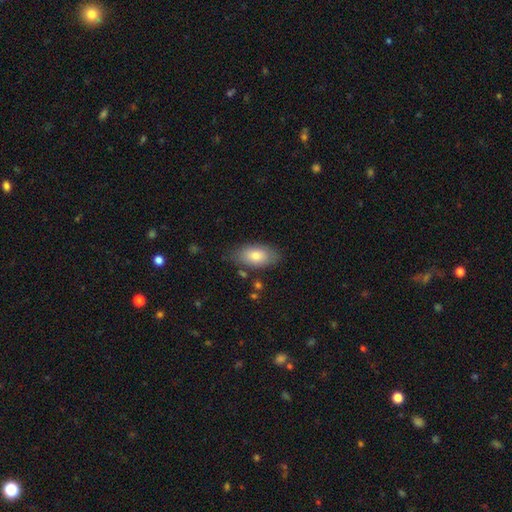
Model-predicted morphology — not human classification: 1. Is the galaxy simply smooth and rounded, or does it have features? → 77% smooth, 16% featured or disk, 7% star or artifact.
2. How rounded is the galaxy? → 91% in between, 5% round, 4% cigar-shaped.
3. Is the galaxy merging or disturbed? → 77% none, 16% minor disturbance, 4% major disturbance, 3% merger.